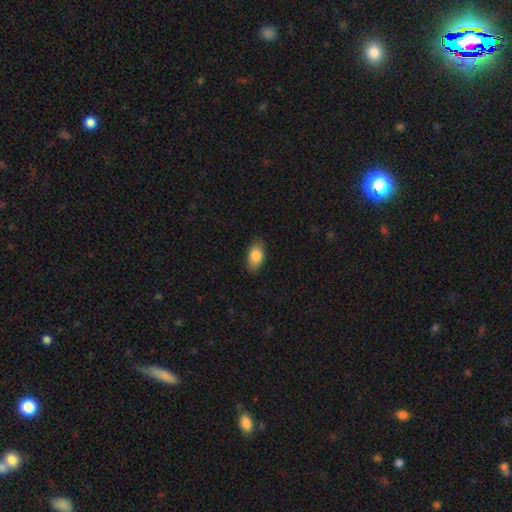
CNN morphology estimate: This is clearly a smooth galaxy (84%). How rounded: clearly in between (90%). Merging: clearly none (85%).